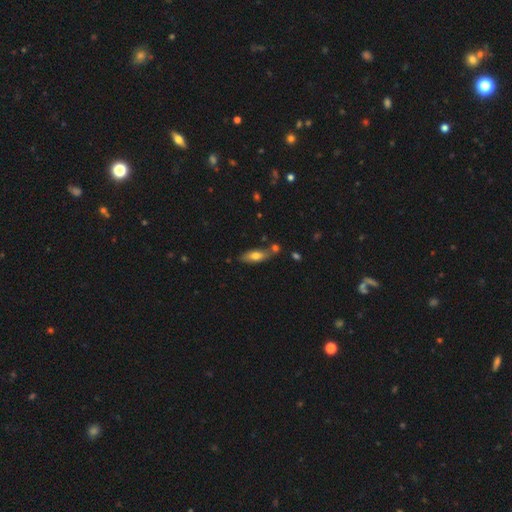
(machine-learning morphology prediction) Smooth or featured? Predicted: smooth (p=0.67). How rounded? Predicted: in between (p=0.65). Merging? Predicted: none (p=0.62).